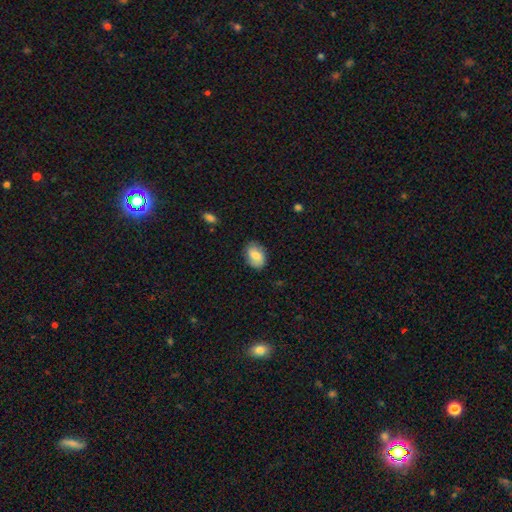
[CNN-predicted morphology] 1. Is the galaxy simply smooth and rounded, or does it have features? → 73% smooth, 20% featured or disk, 7% star or artifact.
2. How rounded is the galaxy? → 81% in between, 17% round, 1% cigar-shaped.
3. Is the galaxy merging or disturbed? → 79% none, 16% minor disturbance, 3% major disturbance, 1% merger.